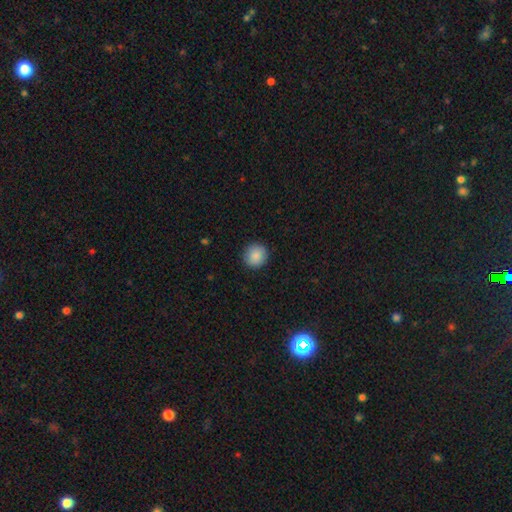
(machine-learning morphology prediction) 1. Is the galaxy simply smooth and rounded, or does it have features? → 88% smooth, 8% star or artifact, 4% featured or disk.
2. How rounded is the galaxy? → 93% round, 6% in between, 1% cigar-shaped.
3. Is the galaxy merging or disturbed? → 91% none, 6% minor disturbance, 2% major disturbance, 1% merger.